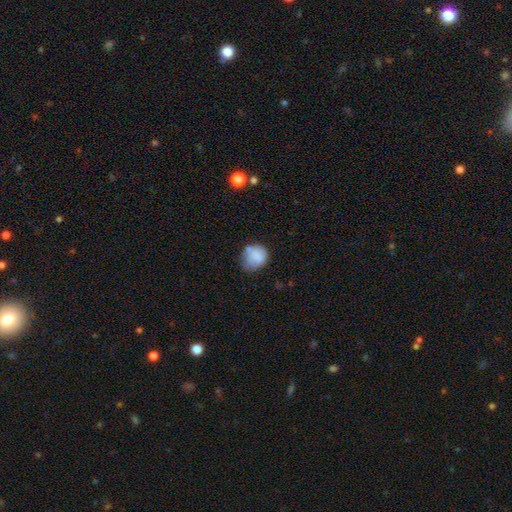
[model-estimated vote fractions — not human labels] smooth_or_featured: smooth (p=0.80) [alt: featured or disk p=0.12]
how_rounded: round (p=0.73) [alt: in between p=0.26]
merging: none (p=0.52) [alt: minor disturbance p=0.32]